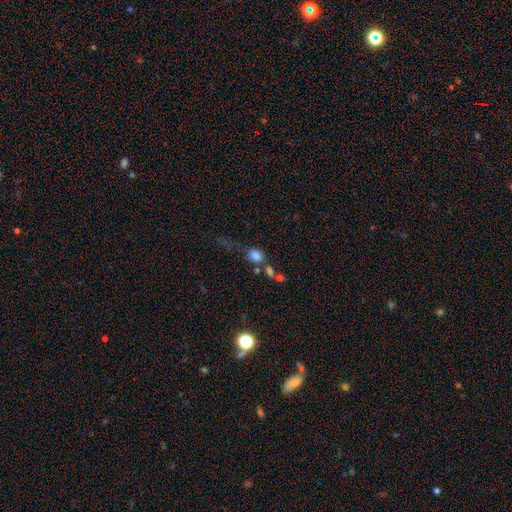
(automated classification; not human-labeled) Smooth or featured: smooth — 77% (star or artifact — 13%)
How rounded: in between — 67% (round — 31%)
Merging: none — 39% (merger — 27%)